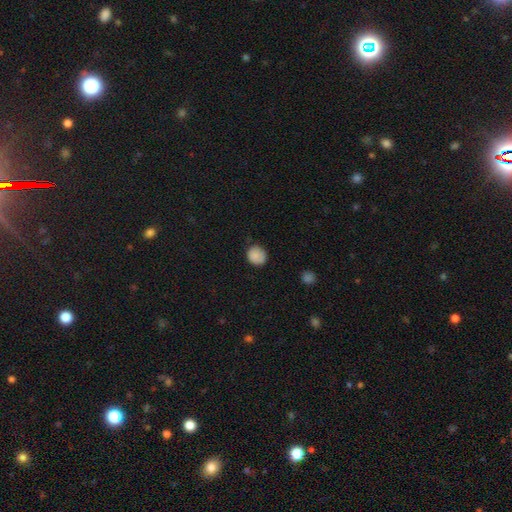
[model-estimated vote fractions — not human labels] Smooth or featured?
  - smooth: 86% *
  - star or artifact: 9%
  - featured or disk: 5%
How rounded?
  - round: 82% *
  - in between: 17%
  - cigar-shaped: 1%
Merging?
  - none: 78% *
  - minor disturbance: 18%
  - major disturbance: 3%
  - merger: 1%